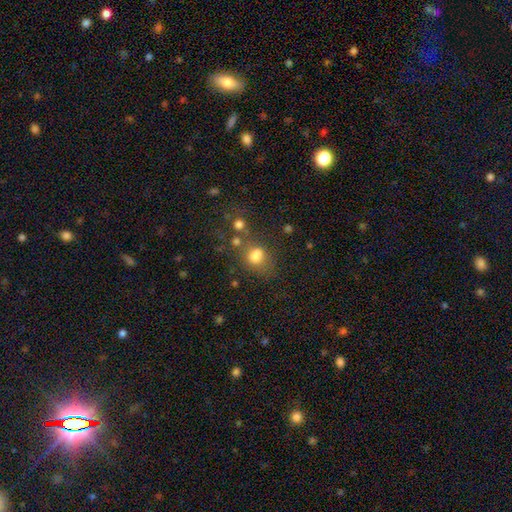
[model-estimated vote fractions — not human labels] Overall: smooth (73%). How rounded: in between (55%; round 43%). Merging: none (46%; merger 23%).